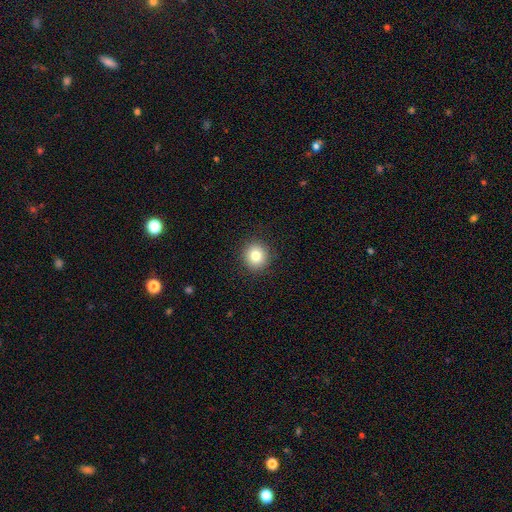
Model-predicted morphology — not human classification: This appears to be a smooth galaxy with no disk features (82%) that is round (89%). Merging: none (91%).